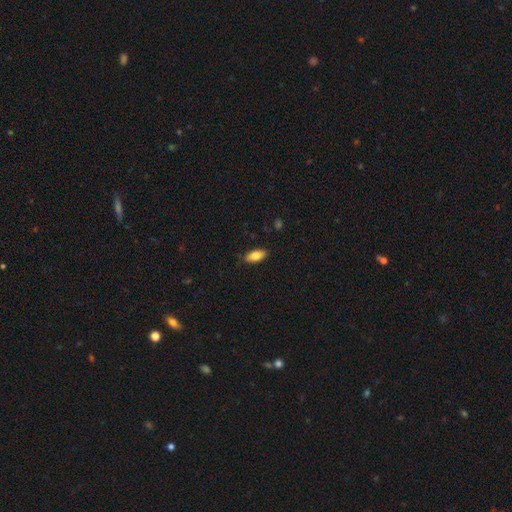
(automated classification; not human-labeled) This appears to be a smooth galaxy with no disk features (81%) that is in between round and cigar-shaped (87%). Merging: none (86%).